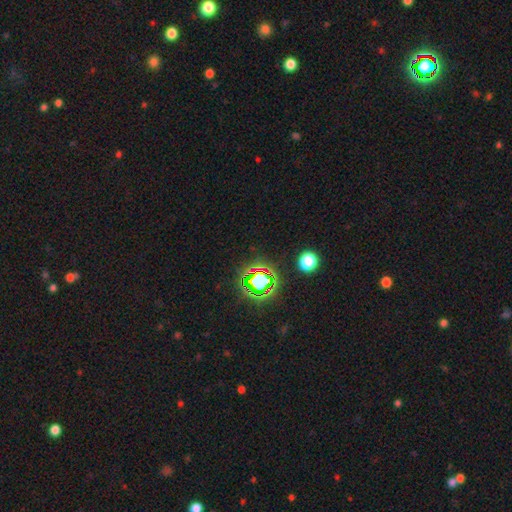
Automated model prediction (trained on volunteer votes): Overall: star or artifact (79%).